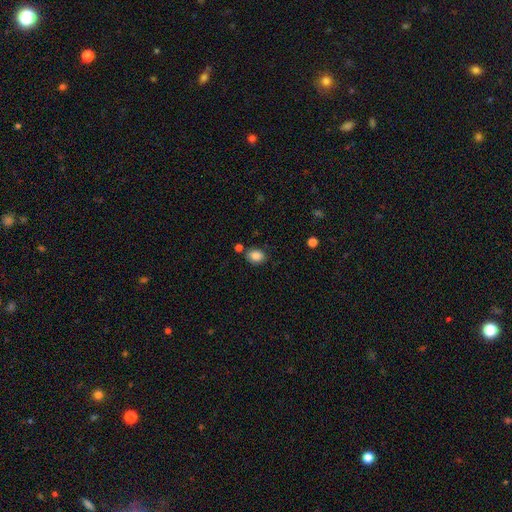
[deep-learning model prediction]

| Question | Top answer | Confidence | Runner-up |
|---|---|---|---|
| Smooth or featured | smooth | 85% | star or artifact (9%) |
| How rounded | in between | 56% | round (43%) |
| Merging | none | 77% | minor disturbance (13%) |